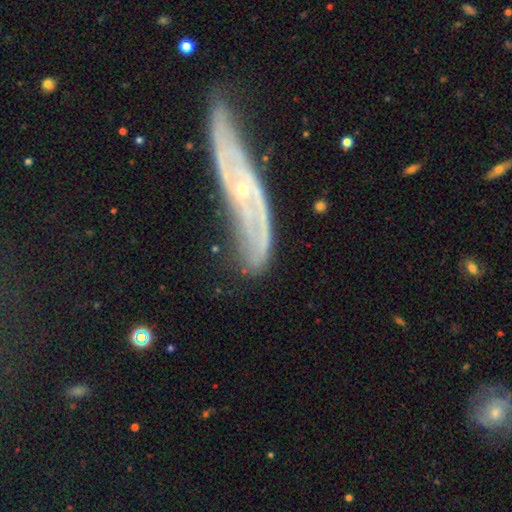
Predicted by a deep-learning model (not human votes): featured or disk 71%, smooth 20%, star or artifact 9%. Down the decision tree: edge-on disk — no (72%); bar — no (63%); spiral arms — yes (76%); bulge size — small (58%); merging — none (66%).